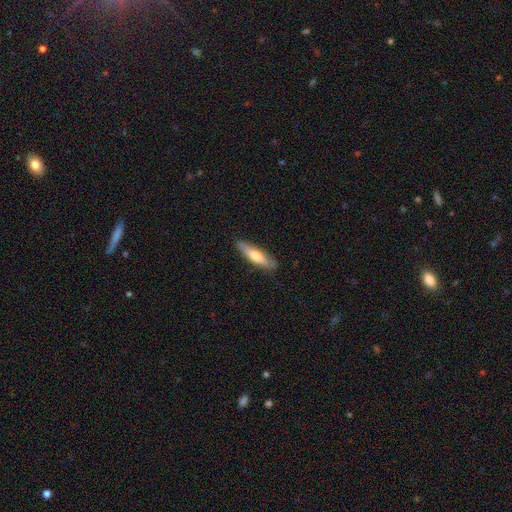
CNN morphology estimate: This appears to be a smooth galaxy with no disk features (59%) that is cigar-shaped (73%). Merging: none (86%).